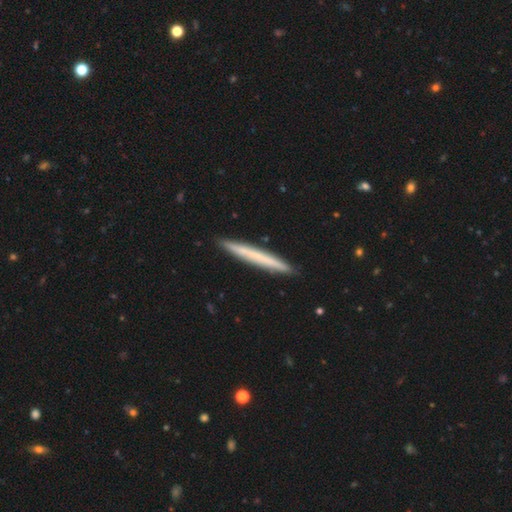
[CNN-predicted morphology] Q: Smooth or featured?
A: smooth (57%); runner-up: featured or disk (37%)
Q: How rounded?
A: cigar-shaped (97%); runner-up: in between (2%)
Q: Merging?
A: none (91%); runner-up: minor disturbance (6%)